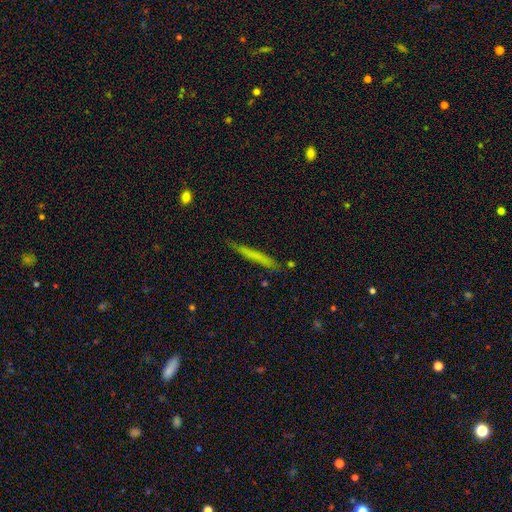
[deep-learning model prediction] This is possibly a smooth galaxy (59%). How rounded: clearly cigar-shaped (96%). Merging: clearly none (87%).